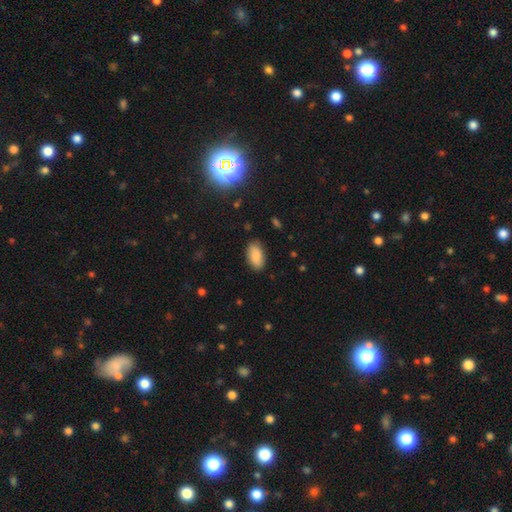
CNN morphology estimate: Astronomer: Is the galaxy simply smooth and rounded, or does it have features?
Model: smooth — 86%.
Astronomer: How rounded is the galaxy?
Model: in between — 94%.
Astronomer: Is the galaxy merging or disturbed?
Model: none — 84%.